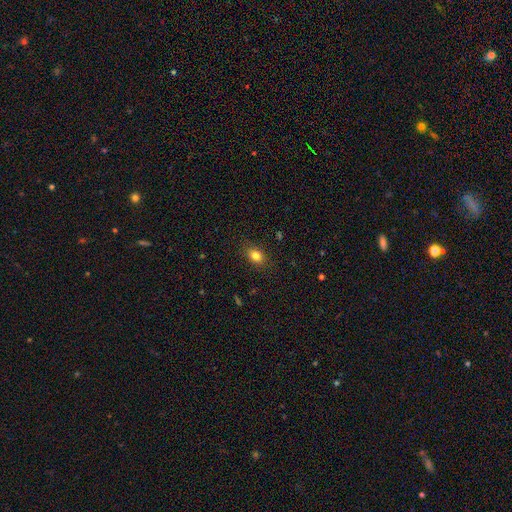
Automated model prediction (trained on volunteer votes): Q: Smooth or featured?
A: smooth (82%); runner-up: star or artifact (11%)
Q: How rounded?
A: in between (71%); runner-up: round (27%)
Q: Merging?
A: none (86%); runner-up: minor disturbance (10%)